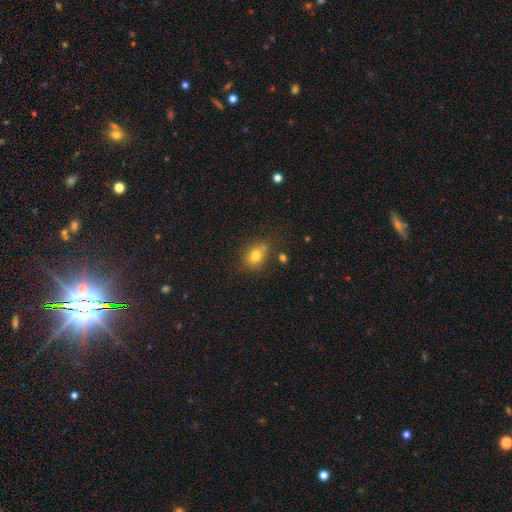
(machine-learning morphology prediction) smooth_or_featured: smooth (p=0.77) [alt: star or artifact p=0.12]
how_rounded: in between (p=0.58) [alt: round p=0.40]
merging: none (p=0.70) [alt: minor disturbance p=0.19]